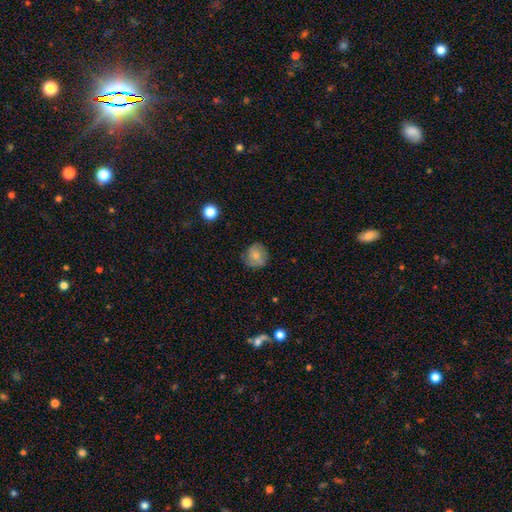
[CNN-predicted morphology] The model was most divided on "smooth or featured": smooth: 65%, featured or disk: 27%, star or artifact: 9%. More confident: how rounded — round (82%); merging — none (72%).